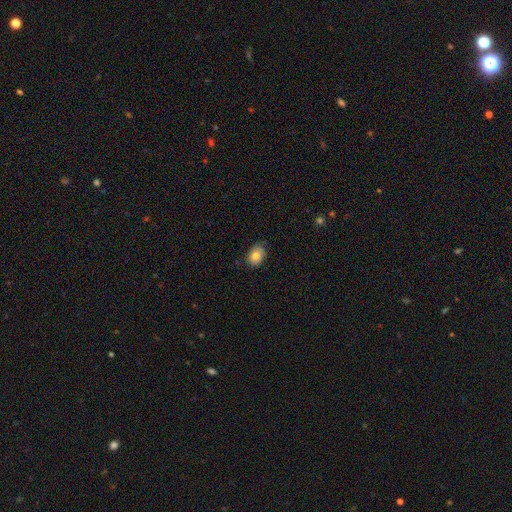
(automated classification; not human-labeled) Smooth or featured: smooth — 77% (featured or disk — 15%)
How rounded: in between — 73% (round — 26%)
Merging: none — 72% (minor disturbance — 23%)